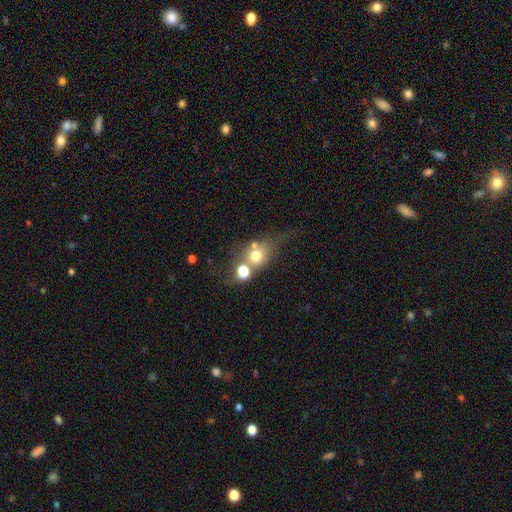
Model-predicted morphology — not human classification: Smooth or featured? Predicted: smooth (p=0.60). How rounded? Predicted: round (p=0.65). Merging? Predicted: none (p=0.37).